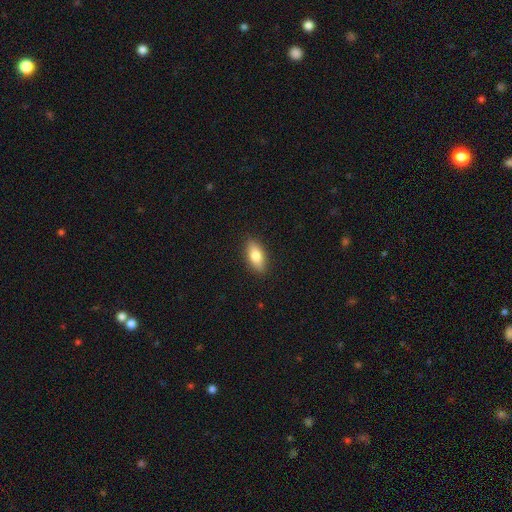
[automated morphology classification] Overall: smooth (76%). How rounded: in between (82%). Merging: none (88%).